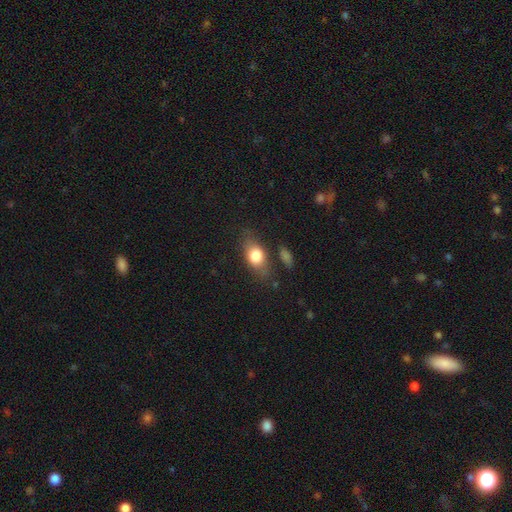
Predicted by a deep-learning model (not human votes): Smooth or featured?
  - smooth: 74% *
  - featured or disk: 18%
  - star or artifact: 8%
How rounded?
  - in between: 75% *
  - round: 18%
  - cigar-shaped: 7%
Merging?
  - none: 69% *
  - minor disturbance: 20%
  - major disturbance: 7%
  - merger: 4%